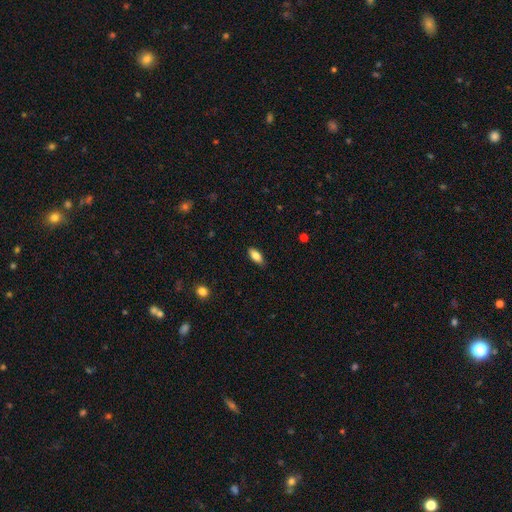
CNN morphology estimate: This appears to be a smooth galaxy with no disk features (82%) that is in between round and cigar-shaped (84%). Merging: none (85%).